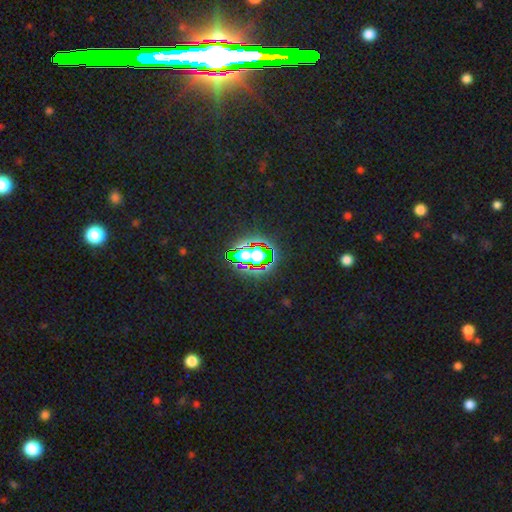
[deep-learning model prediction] A star or artifact, not a galaxy (64%).

Vote fractions:
- Smooth or featured? star or artifact: 64% / smooth: 23% / featured or disk: 13%